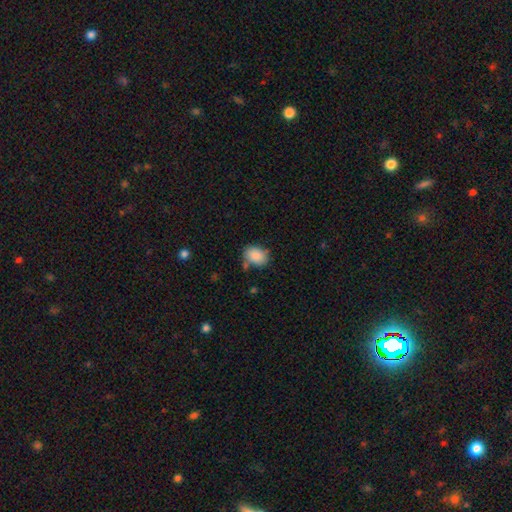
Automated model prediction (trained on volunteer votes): This is clearly a smooth galaxy (88%). How rounded: likely in between (68%). Merging: likely none (69%).